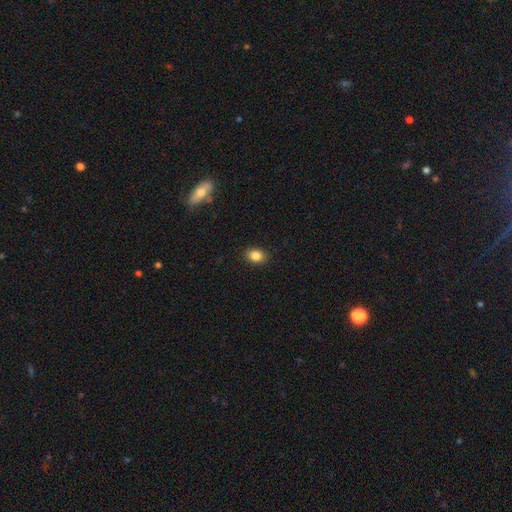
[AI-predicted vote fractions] A smooth galaxy with no disk features (85%) that is in between round and cigar-shaped (69%).

Vote fractions:
- Smooth or featured? smooth: 85% / star or artifact: 9% / featured or disk: 6%
- How rounded? in between: 69% / round: 30% / cigar-shaped: 1%
- Merging? none: 89% / minor disturbance: 8% / major disturbance: 2% / merger: 1%